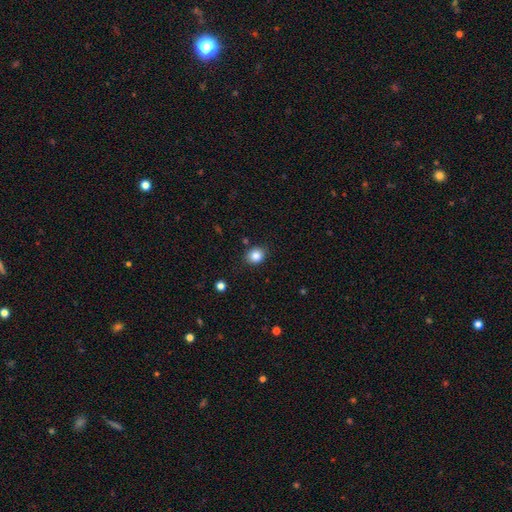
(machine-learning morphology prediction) type=smooth (85%); roundness=round (65%); merging=none (83%).